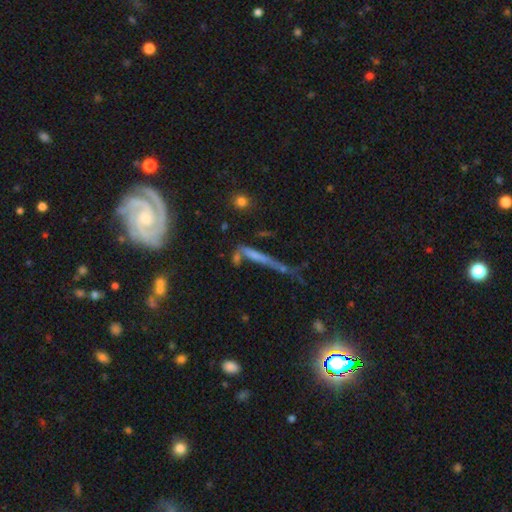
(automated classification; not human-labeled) Q: Smooth or featured?
A: smooth (46%); runner-up: featured or disk (37%)
Q: Merging?
A: none (42%); runner-up: minor disturbance (20%)